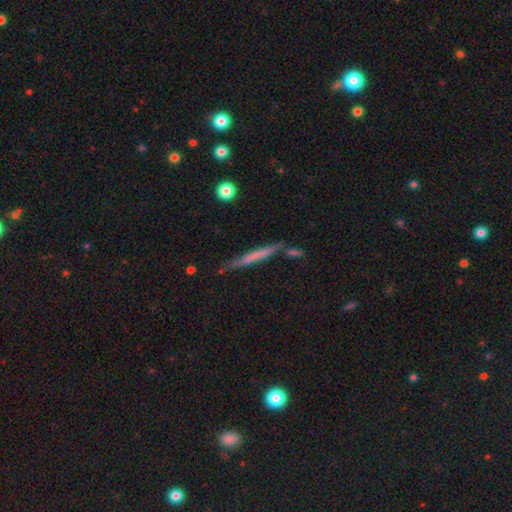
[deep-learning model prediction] Smooth or featured?
  - featured or disk: 47% *
  - smooth: 46%
  - star or artifact: 7%
Merging?
  - none: 76% *
  - minor disturbance: 14%
  - merger: 7%
  - major disturbance: 3%